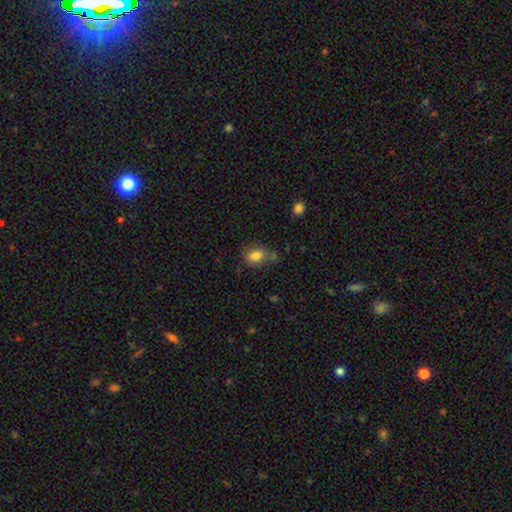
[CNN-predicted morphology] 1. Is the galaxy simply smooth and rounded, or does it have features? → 82% smooth, 10% star or artifact, 9% featured or disk.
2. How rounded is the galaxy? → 70% in between, 29% round, 1% cigar-shaped.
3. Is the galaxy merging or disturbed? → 64% none, 22% minor disturbance, 8% merger, 6% major disturbance.